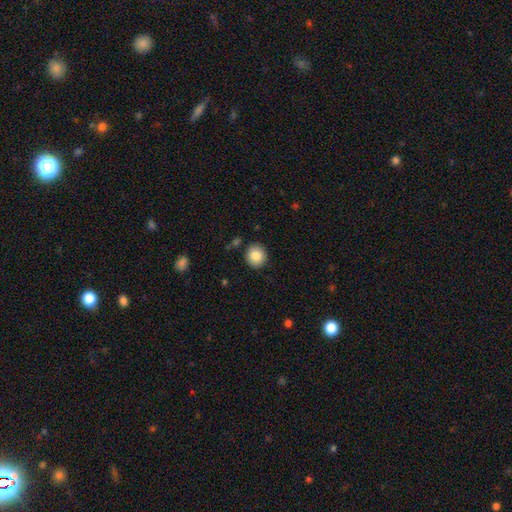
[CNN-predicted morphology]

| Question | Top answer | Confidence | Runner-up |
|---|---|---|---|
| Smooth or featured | smooth | 84% | star or artifact (8%) |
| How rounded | round | 86% | in between (13%) |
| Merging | none | 89% | minor disturbance (7%) |